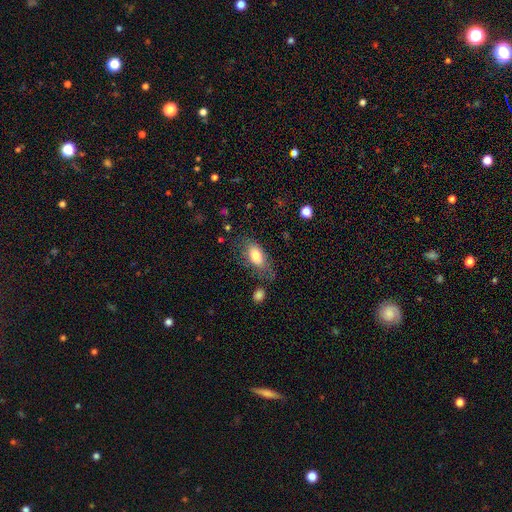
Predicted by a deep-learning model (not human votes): A smooth galaxy with no disk features (76%) that is in between round and cigar-shaped (89%). Merging: none (55%).